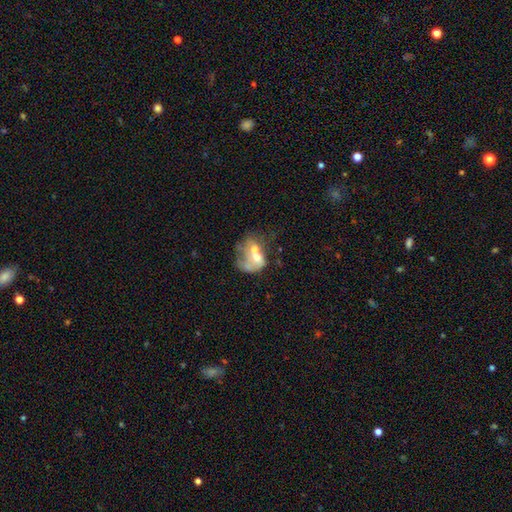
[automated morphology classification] featured or disk 48%, smooth 42%, star or artifact 10%. Down the decision tree: merging — merger (52%).